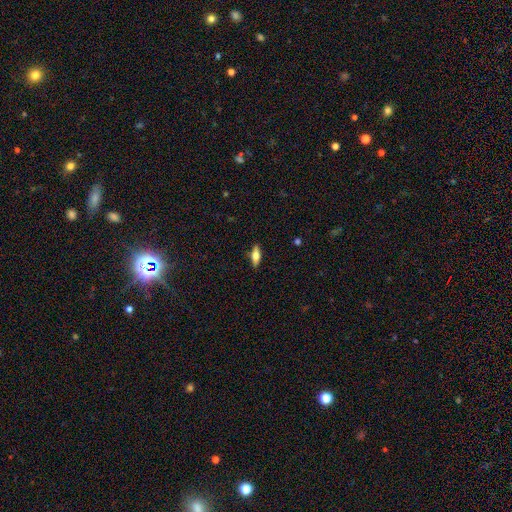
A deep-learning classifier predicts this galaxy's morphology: Smooth or featured?
  - smooth: 60% *
  - featured or disk: 33%
  - star or artifact: 7%
How rounded?
  - in between: 67% *
  - cigar-shaped: 30%
  - round: 3%
Merging?
  - none: 87% *
  - minor disturbance: 9%
  - major disturbance: 2%
  - merger: 1%